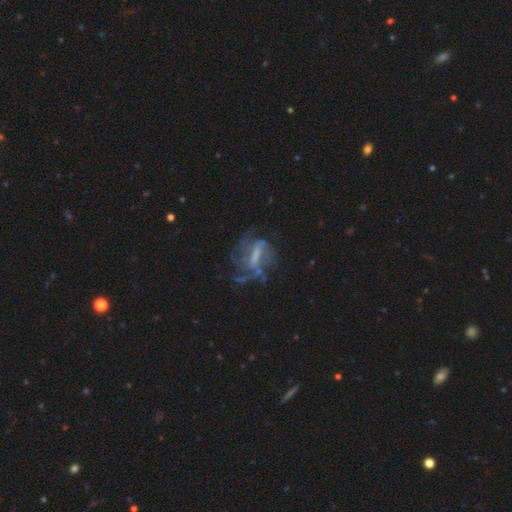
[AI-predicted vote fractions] Smooth or featured? featured or disk (74%)
Edge-on disk? no (93%)
Bar? strong (40%)
Spiral arms? yes (77%)
Spiral winding? medium (42%)
Spiral arm count? can't tell (43%)
Bulge size? none (33%)
Merging? none (48%)